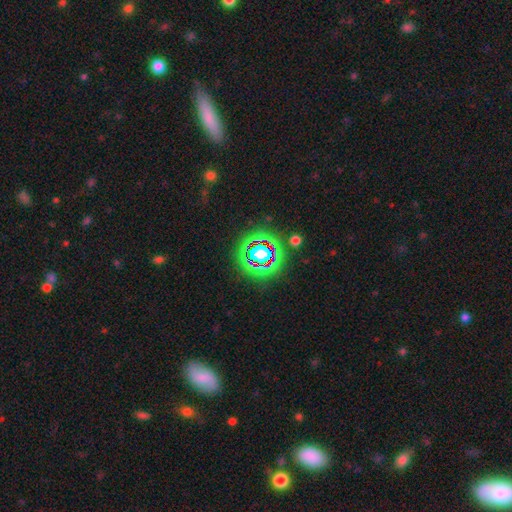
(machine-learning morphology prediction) Q: Smooth or featured?
A: star or artifact (71%); runner-up: smooth (17%)